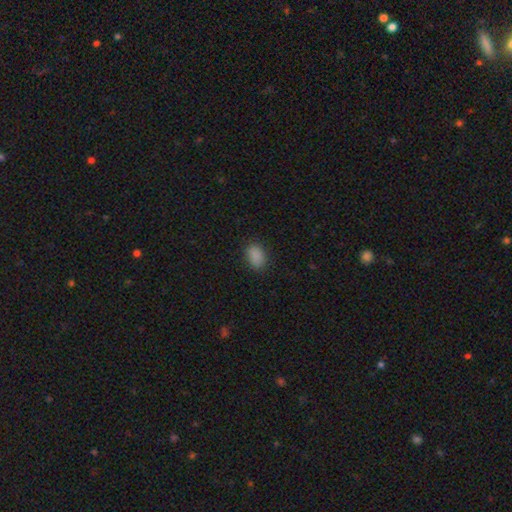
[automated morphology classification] Smooth or featured: smooth — 87% (star or artifact — 10%)
How rounded: in between — 86% (round — 13%)
Merging: none — 84% (minor disturbance — 12%)